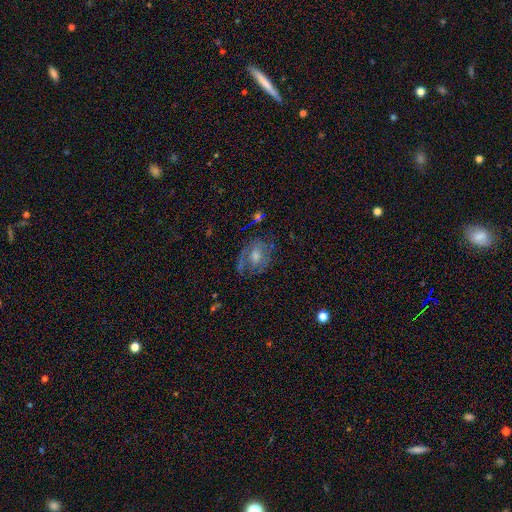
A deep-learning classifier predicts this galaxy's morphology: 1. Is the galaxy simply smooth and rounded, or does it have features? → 56% featured or disk, 32% smooth, 12% star or artifact.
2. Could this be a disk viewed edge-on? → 95% no, 5% yes.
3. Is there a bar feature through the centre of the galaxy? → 64% no, 29% weak, 7% strong.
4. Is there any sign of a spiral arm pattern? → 62% yes, 38% no.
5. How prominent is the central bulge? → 59% moderate, 28% small, 8% large, 4% none, 1% dominant.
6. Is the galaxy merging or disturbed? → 62% none, 21% minor disturbance, 14% major disturbance, 3% merger.